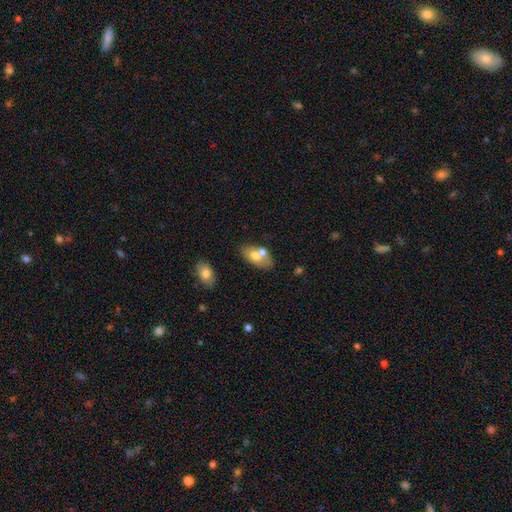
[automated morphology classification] Overall: smooth (63%; featured or disk 30%). How rounded: in between (91%). Merging: none (50%; merger 32%).